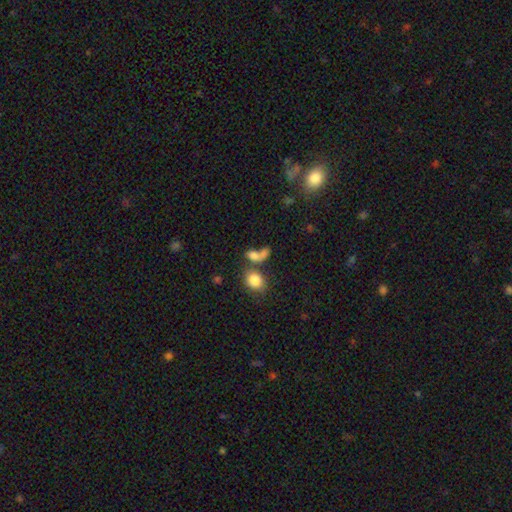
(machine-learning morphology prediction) type=smooth (72%); roundness=in between (68%); merging=merger (48%).